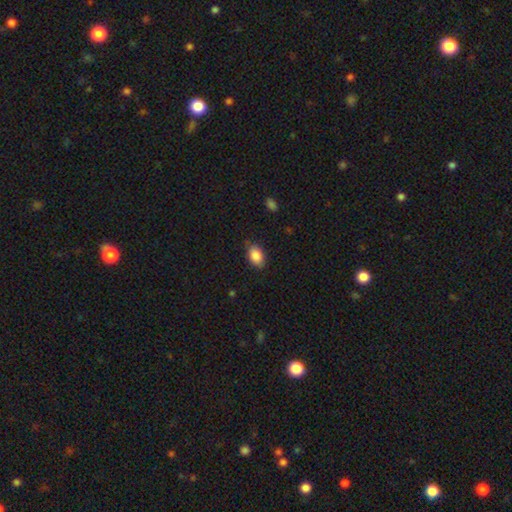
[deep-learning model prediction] smooth-or-featured: smooth: 88% | star or artifact: 7% | featured or disk: 5%
  how-rounded: in between: 86% | round: 12% | cigar-shaped: 1%
  merging: none: 81% | minor disturbance: 15% | major disturbance: 3% | merger: 1%